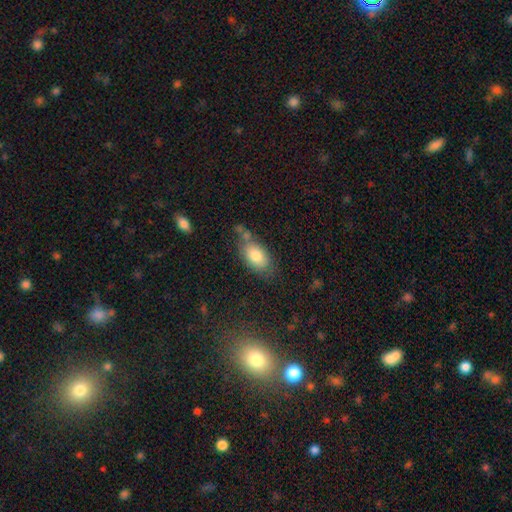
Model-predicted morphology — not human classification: The model was most divided on "merging": none: 59%, minor disturbance: 22%, merger: 13%, major disturbance: 7%. More confident: how rounded — in between (90%); smooth or featured — smooth (80%).